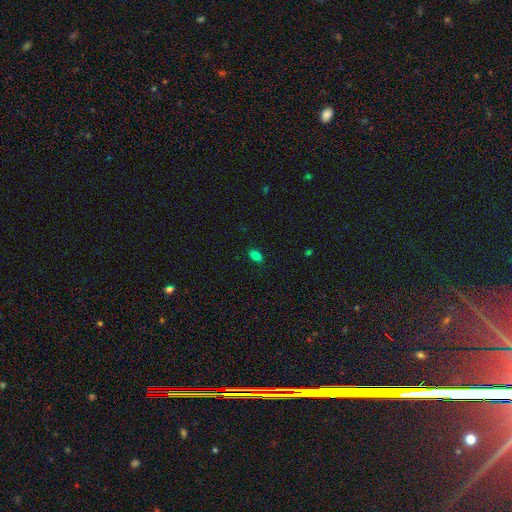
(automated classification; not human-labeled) A smooth galaxy with no disk features (82%) that is in between round and cigar-shaped (86%).

Vote fractions:
- Smooth or featured? smooth: 82% / star or artifact: 13% / featured or disk: 5%
- How rounded? in between: 86% / round: 11% / cigar-shaped: 2%
- Merging? none: 87% / minor disturbance: 10% / major disturbance: 2% / merger: 1%